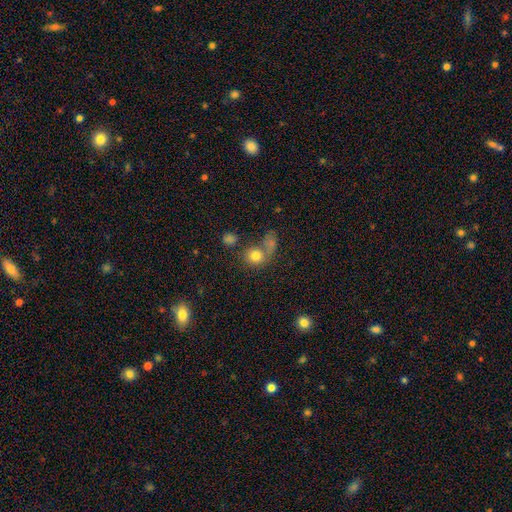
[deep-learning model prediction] A smooth galaxy with no disk features (78%) that is round (78%). Merging: none (41%).